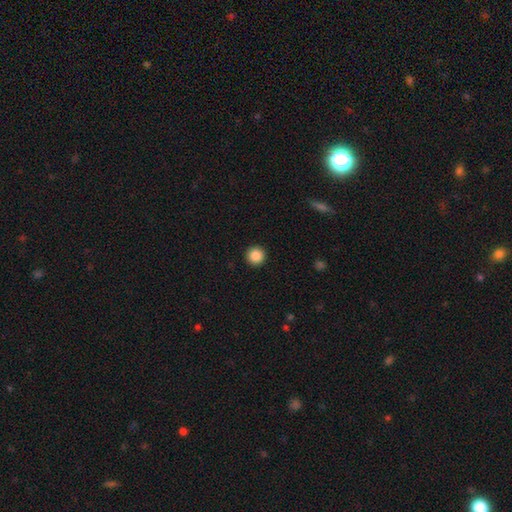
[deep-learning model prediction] smooth 87%, star or artifact 9%, featured or disk 4%. Down the decision tree: how rounded — round (96%); merging — none (94%).